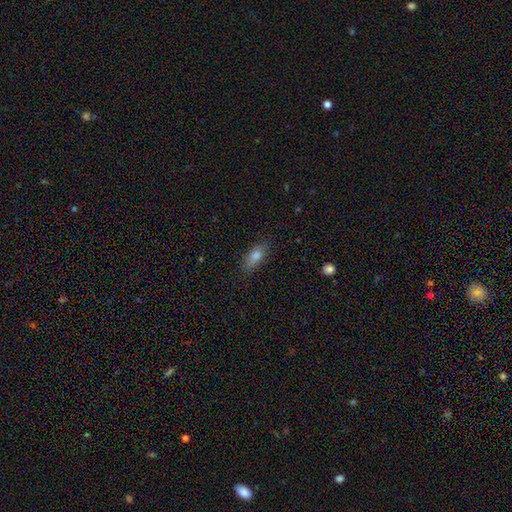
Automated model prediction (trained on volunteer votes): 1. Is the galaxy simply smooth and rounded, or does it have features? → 74% smooth, 15% featured or disk, 11% star or artifact.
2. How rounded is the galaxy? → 73% in between, 21% cigar-shaped, 5% round.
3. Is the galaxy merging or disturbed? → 83% none, 13% minor disturbance, 3% major disturbance, 1% merger.